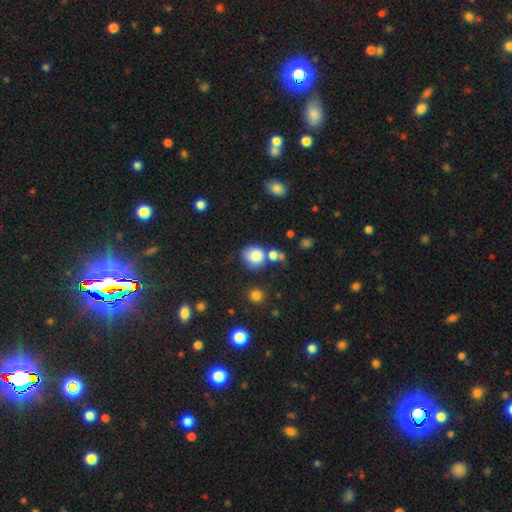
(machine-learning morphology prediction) smooth 82%, star or artifact 10%, featured or disk 7%. Down the decision tree: how rounded — round (79%); merging — none (57%).